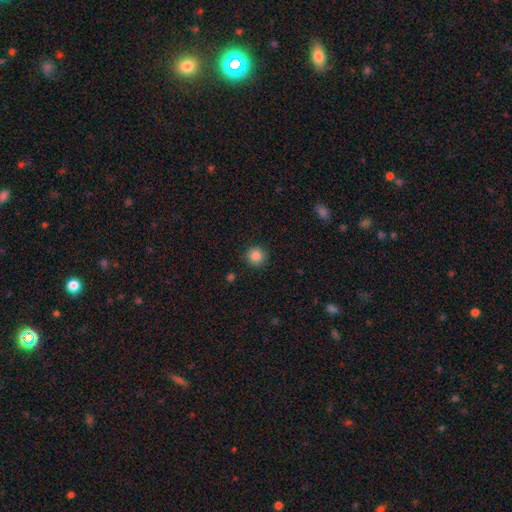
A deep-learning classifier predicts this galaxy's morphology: smooth_or_featured: smooth (p=0.87) [alt: star or artifact p=0.10]
how_rounded: round (p=0.94) [alt: in between p=0.05]
merging: none (p=0.90) [alt: minor disturbance p=0.06]